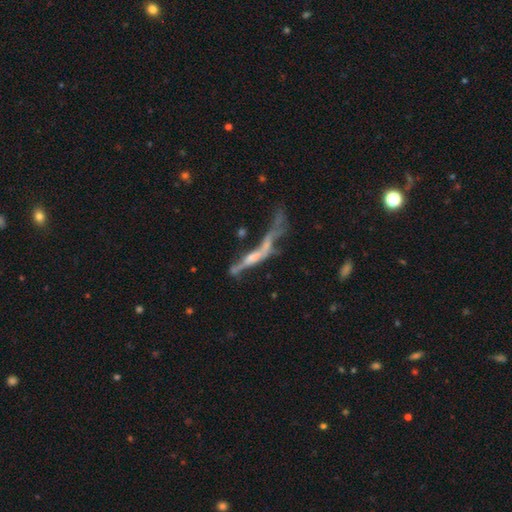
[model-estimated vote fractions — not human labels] Q: Smooth or featured?
A: featured or disk (66%); runner-up: smooth (22%)
Q: Edge-on disk?
A: yes (71%); runner-up: no (29%)
Q: Merging?
A: major disturbance (31%); runner-up: merger (28%)